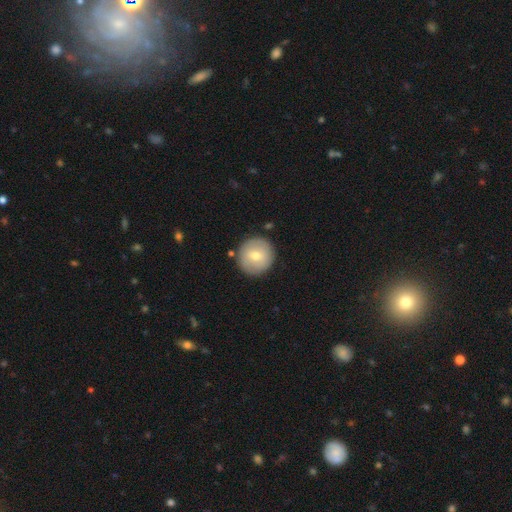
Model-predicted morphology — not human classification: Smooth or featured? Predicted: smooth (p=0.65). How rounded? Predicted: round (p=0.94). Merging? Predicted: none (p=0.88).